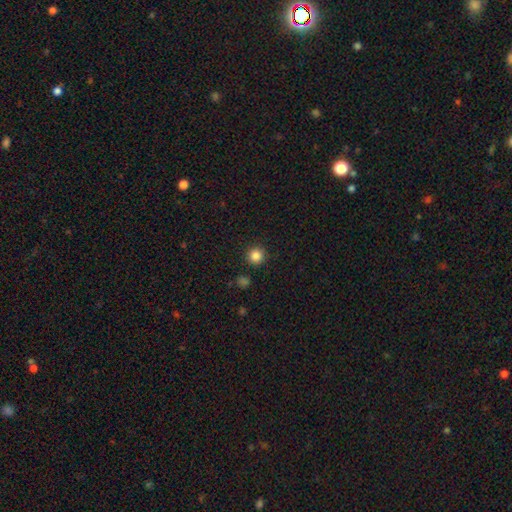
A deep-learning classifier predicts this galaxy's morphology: Smooth or featured: smooth — 85% (star or artifact — 11%)
How rounded: round — 95% (in between — 4%)
Merging: none — 91% (minor disturbance — 5%)